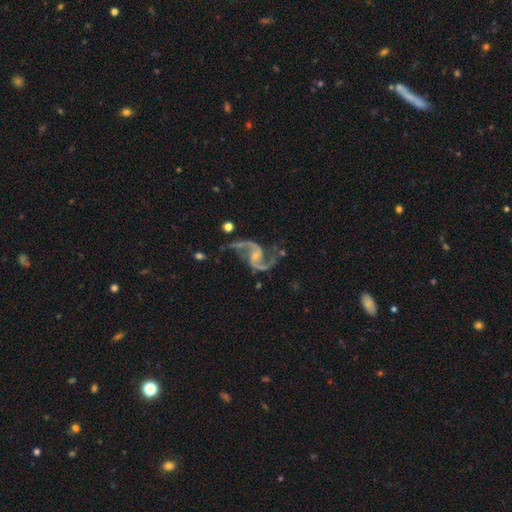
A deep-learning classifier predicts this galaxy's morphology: A featured or disk galaxy (93%) with no bar (54%), 2 (94%) loose (60%) spiral arms (98%) and a small central bulge (66%). Merging: none (64%).